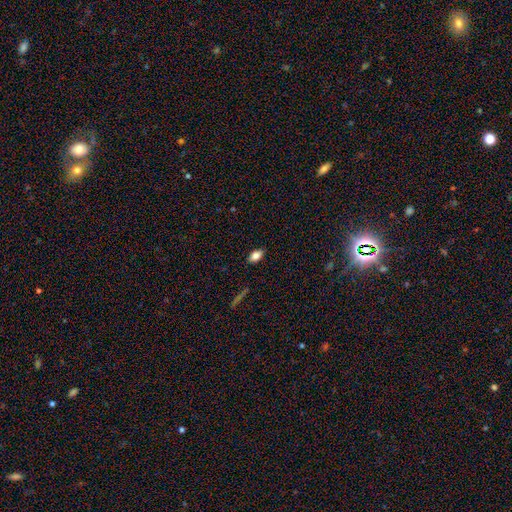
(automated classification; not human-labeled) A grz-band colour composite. It shows a smooth galaxy with no disk features (81%) that is in between round and cigar-shaped (89%). Merging: none (87%).